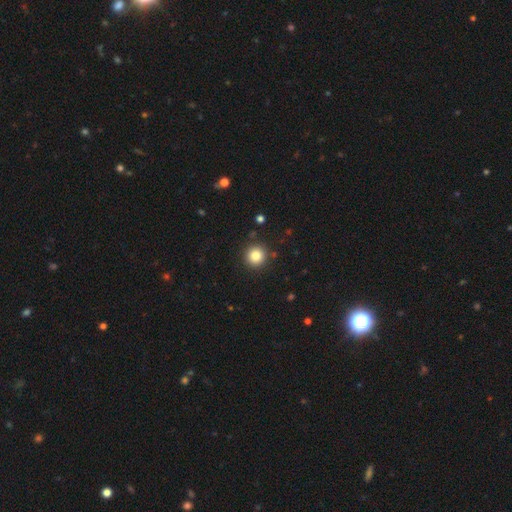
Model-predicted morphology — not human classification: smooth_or_featured: smooth (p=0.84) [alt: star or artifact p=0.11]
how_rounded: round (p=0.95) [alt: in between p=0.04]
merging: none (p=0.90) [alt: minor disturbance p=0.06]